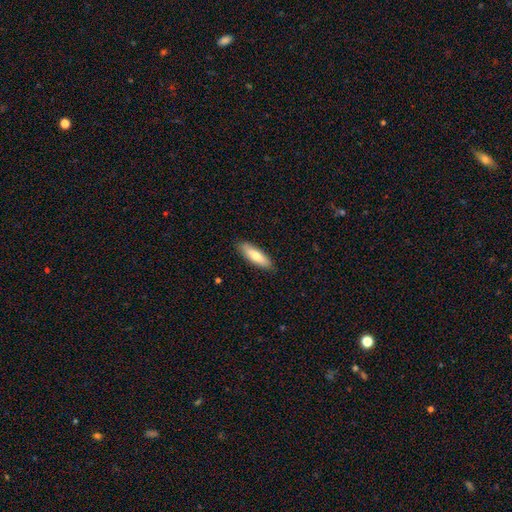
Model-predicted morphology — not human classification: smooth 70%, featured or disk 24%, star or artifact 6%. Down the decision tree: how rounded — in between (50%); merging — none (88%).